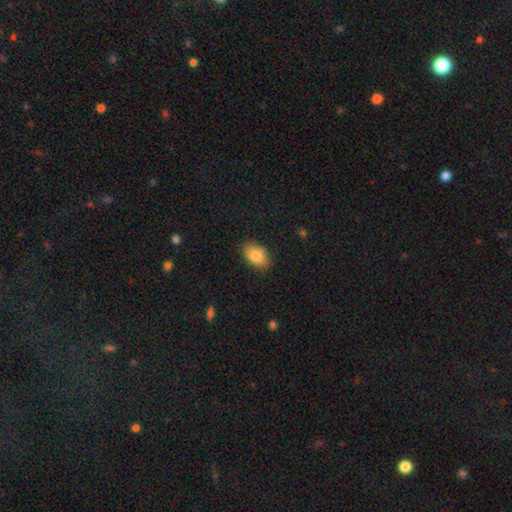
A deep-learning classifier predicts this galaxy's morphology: type=smooth (83%); roundness=in between (88%); merging=none (83%).